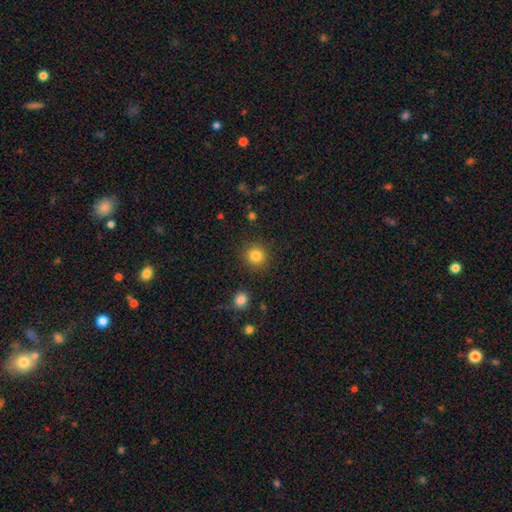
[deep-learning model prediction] Overall: smooth (84%). How rounded: round (93%). Merging: none (89%).